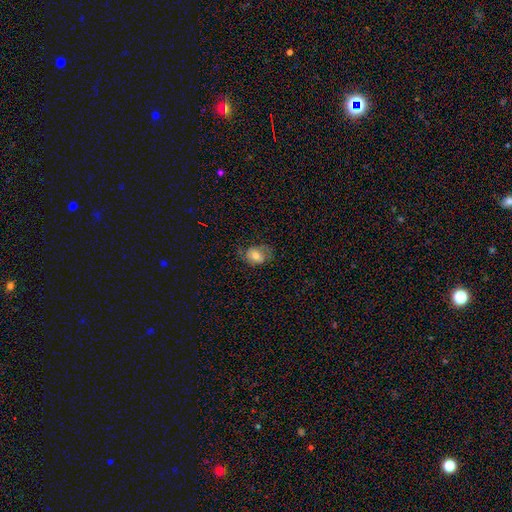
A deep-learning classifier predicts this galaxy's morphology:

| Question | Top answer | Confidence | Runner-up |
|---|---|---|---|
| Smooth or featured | smooth | 58% | featured or disk (33%) |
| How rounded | in between | 63% | round (36%) |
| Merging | none | 59% | minor disturbance (25%) |